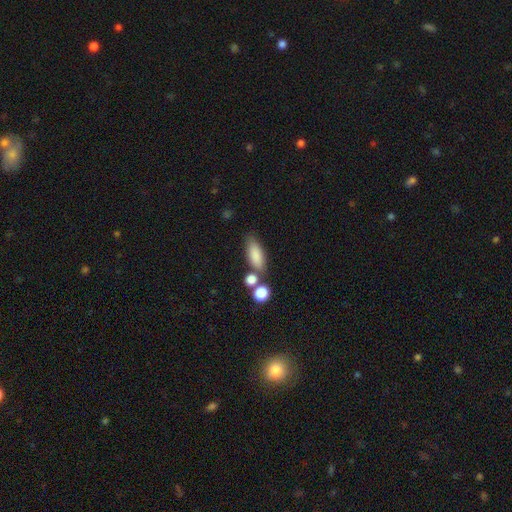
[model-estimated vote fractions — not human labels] A smooth galaxy with no disk features (84%) that is in between round and cigar-shaped (75%).

Vote fractions:
- Smooth or featured? smooth: 84% / featured or disk: 8% / star or artifact: 8%
- How rounded? in between: 75% / cigar-shaped: 20% / round: 5%
- Merging? none: 64% / merger: 17% / minor disturbance: 14% / major disturbance: 5%